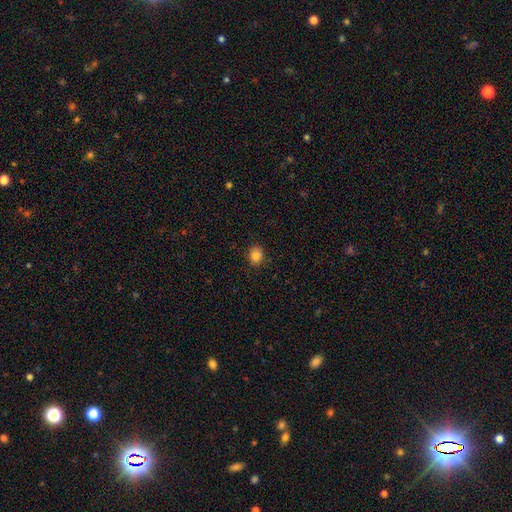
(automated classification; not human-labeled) Smooth or featured? Predicted: smooth (p=0.84). How rounded? Predicted: round (p=0.60). Merging? Predicted: none (p=0.82).